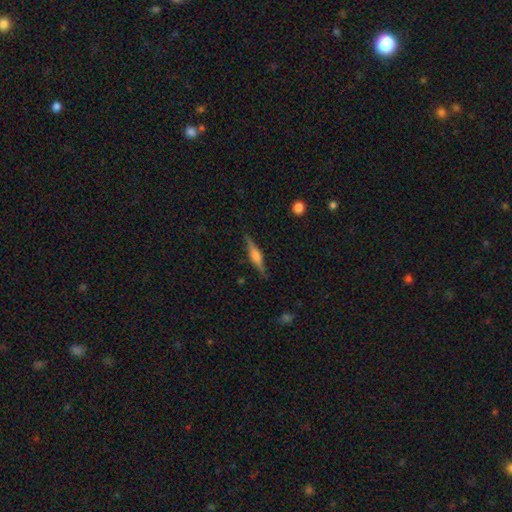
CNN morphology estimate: Q: Smooth or featured?
A: featured or disk (62%); runner-up: smooth (31%)
Q: Edge-on disk?
A: yes (96%); runner-up: no (4%)
Q: Edge-on bulge?
A: rounded (72%); runner-up: boxy (22%)
Q: Merging?
A: none (85%); runner-up: minor disturbance (11%)